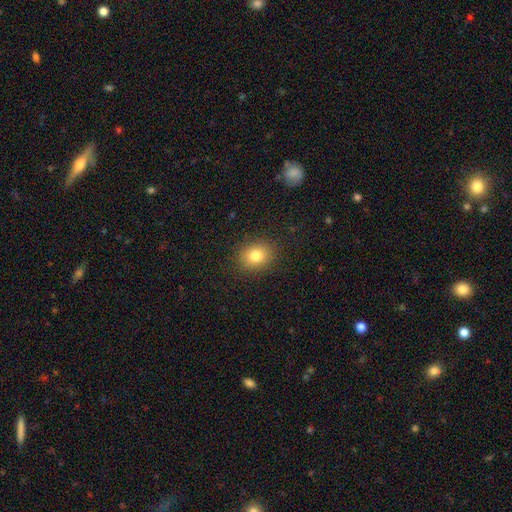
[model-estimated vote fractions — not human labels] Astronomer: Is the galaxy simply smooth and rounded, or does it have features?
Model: smooth — 80%.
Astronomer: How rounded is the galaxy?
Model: round — 63%.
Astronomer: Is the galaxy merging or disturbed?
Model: none — 89%.